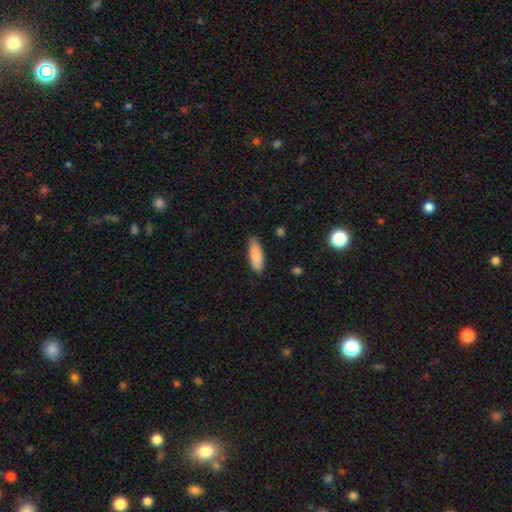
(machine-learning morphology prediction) Smooth or featured: smooth — 88% (featured or disk — 7%)
How rounded: in between — 64% (cigar-shaped — 34%)
Merging: none — 81% (minor disturbance — 15%)